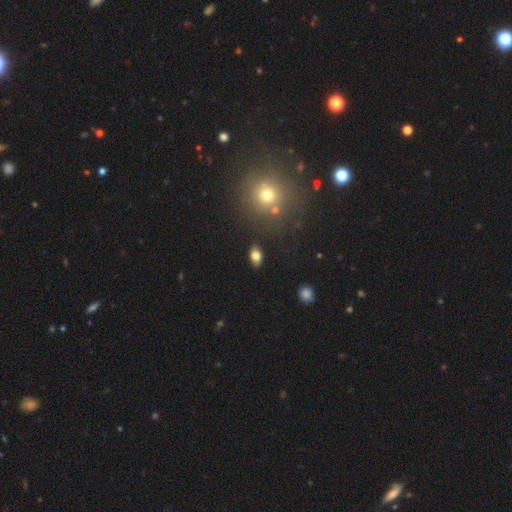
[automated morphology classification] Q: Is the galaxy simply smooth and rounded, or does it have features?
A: smooth — 79%.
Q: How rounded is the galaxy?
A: in between — 87%.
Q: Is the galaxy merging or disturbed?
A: none — 86%.